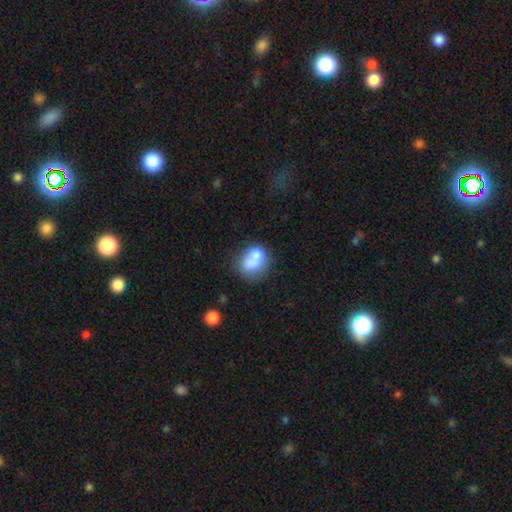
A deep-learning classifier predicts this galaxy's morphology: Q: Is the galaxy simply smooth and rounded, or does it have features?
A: smooth — 71%.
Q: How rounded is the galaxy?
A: in between — 55%.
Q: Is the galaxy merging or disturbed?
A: merger — 36%.